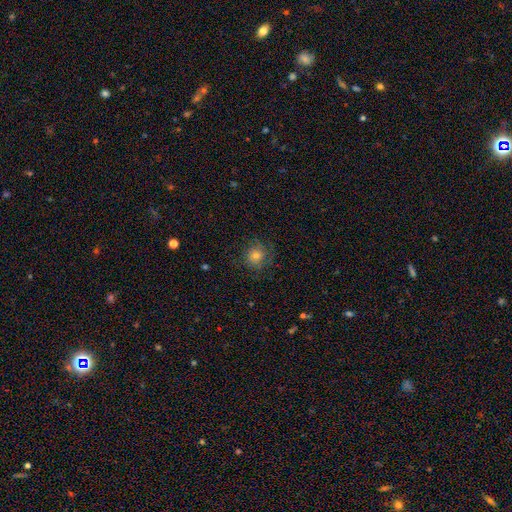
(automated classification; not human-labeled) A smooth galaxy with no disk features (59%) that is round (88%). Merging: none (76%).